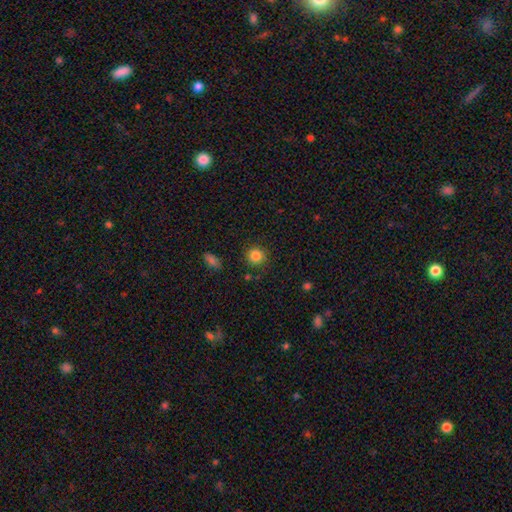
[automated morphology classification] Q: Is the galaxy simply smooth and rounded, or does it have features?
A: smooth — 84%.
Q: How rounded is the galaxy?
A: round — 92%.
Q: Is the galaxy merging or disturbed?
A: none — 88%.